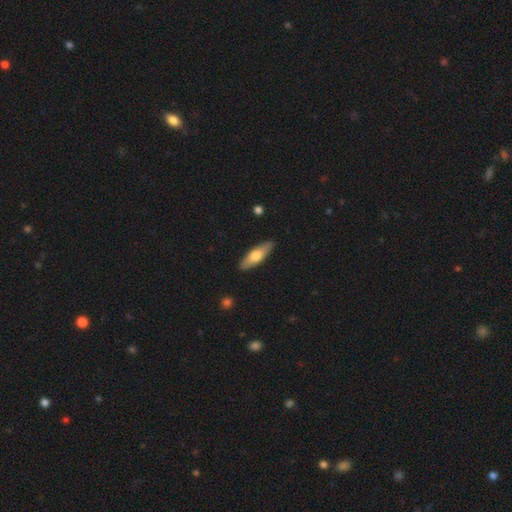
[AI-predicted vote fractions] Smooth or featured? smooth (59%)
How rounded? cigar-shaped (52%)
Merging? none (90%)